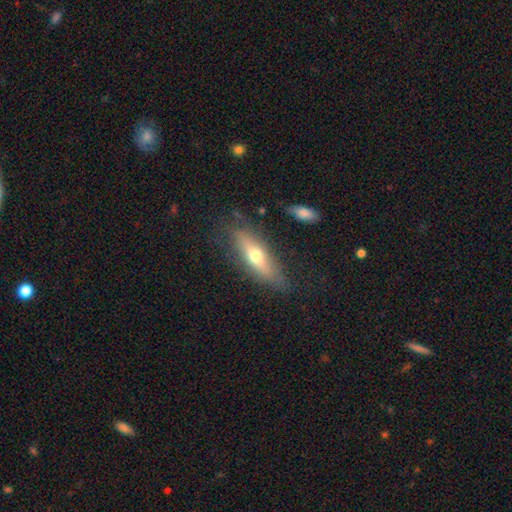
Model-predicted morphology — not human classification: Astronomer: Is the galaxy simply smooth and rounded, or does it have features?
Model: smooth — 49% (runner-up: featured or disk, 44%).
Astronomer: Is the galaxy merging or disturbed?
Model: none — 75%.